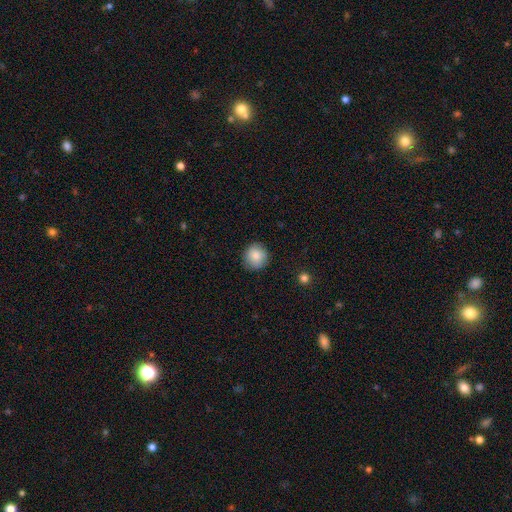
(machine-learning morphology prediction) The model was most divided on "smooth or featured": smooth: 86%, star or artifact: 8%, featured or disk: 6%. More confident: how rounded — round (92%); merging — none (88%).